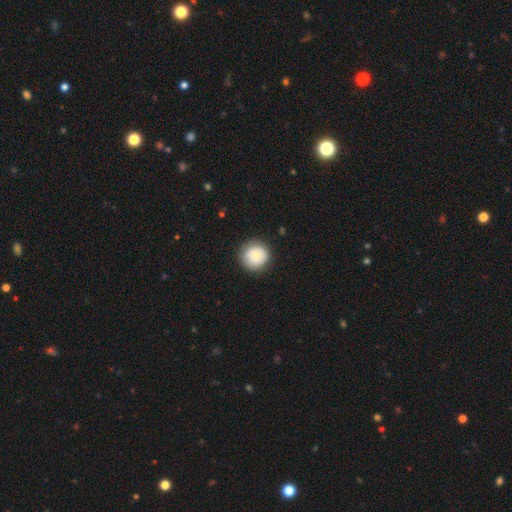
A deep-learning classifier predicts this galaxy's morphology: smooth_or_featured: smooth (p=0.65) [alt: featured or disk p=0.27]
how_rounded: round (p=0.94) [alt: in between p=0.06]
merging: none (p=0.85) [alt: minor disturbance p=0.11]